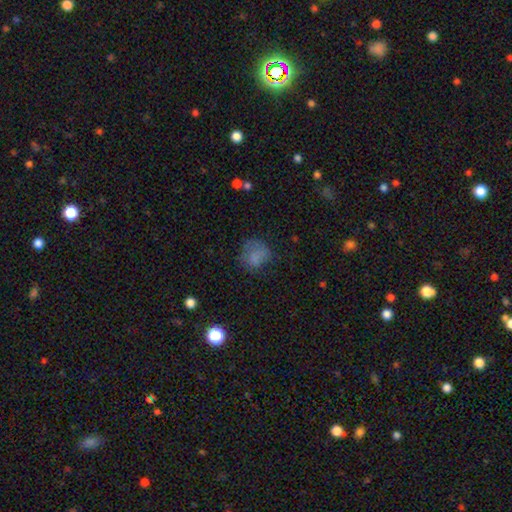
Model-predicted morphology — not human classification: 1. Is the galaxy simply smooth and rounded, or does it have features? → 70% smooth, 15% featured or disk, 14% star or artifact.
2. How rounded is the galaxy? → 72% round, 27% in between, 1% cigar-shaped.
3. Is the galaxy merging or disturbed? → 53% none, 25% minor disturbance, 18% major disturbance, 3% merger.